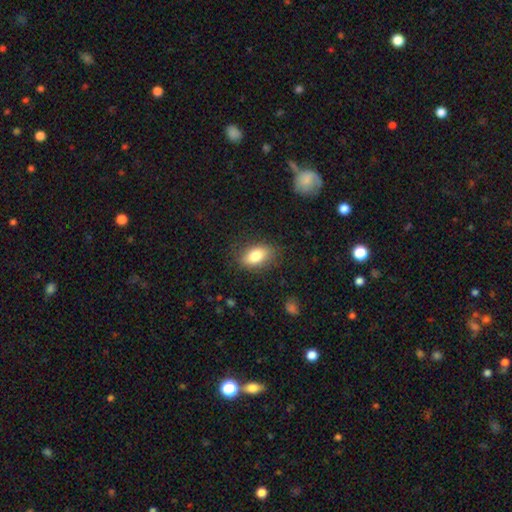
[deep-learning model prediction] Smooth or featured? Predicted: smooth (p=0.82). How rounded? Predicted: in between (p=0.88). Merging? Predicted: none (p=0.81).